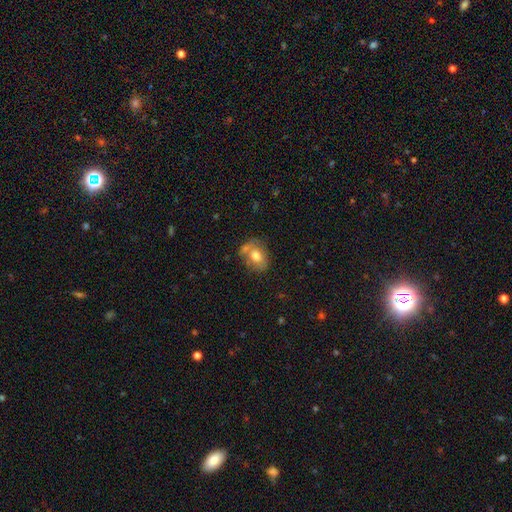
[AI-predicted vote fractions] Smooth or featured?
  - smooth: 62% *
  - featured or disk: 29%
  - star or artifact: 9%
How rounded?
  - in between: 62% *
  - round: 37%
  - cigar-shaped: 1%
Merging?
  - none: 49% *
  - minor disturbance: 24%
  - merger: 17%
  - major disturbance: 10%